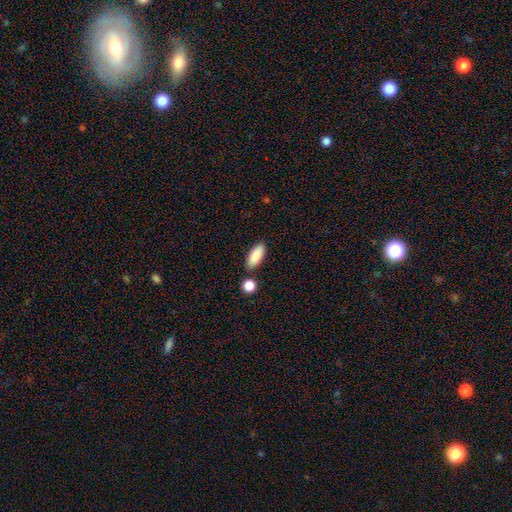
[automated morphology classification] This is clearly a smooth galaxy (89%). How rounded: clearly in between (82%). Merging: clearly none (81%).